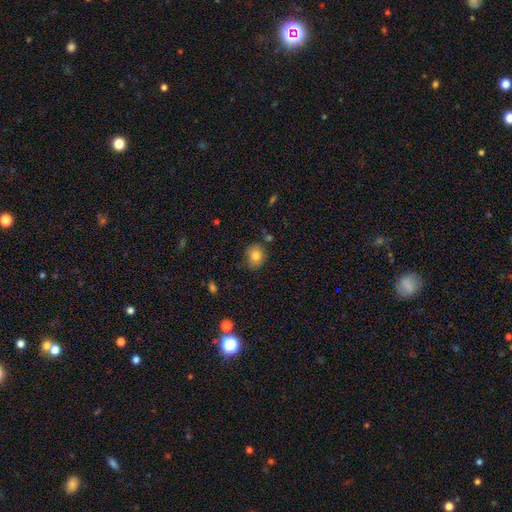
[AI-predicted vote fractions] The model was most divided on "how rounded": round: 63%, in between: 36%, cigar-shaped: 1%. More confident: merging — none (80%); smooth or featured — smooth (79%).